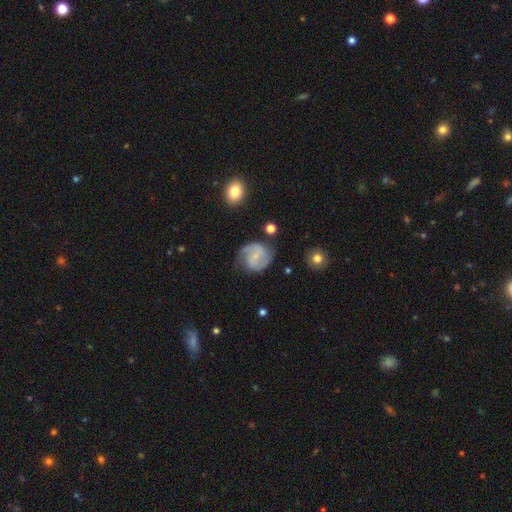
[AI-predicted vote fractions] smooth_or_featured: featured or disk (p=0.70) [alt: smooth p=0.23]
disk_edge_on: no (p=0.98) [alt: yes p=0.02]
bar: no (p=0.45) [alt: weak p=0.44]
has_spiral_arms: yes (p=0.92) [alt: no p=0.08]
spiral_winding: medium (p=0.48) [alt: tight p=0.27]
spiral_arm_count: 2 (p=0.80) [alt: can't tell p=0.09]
bulge_size: small (p=0.67) [alt: none p=0.16]
merging: none (p=0.66) [alt: minor disturbance p=0.21]